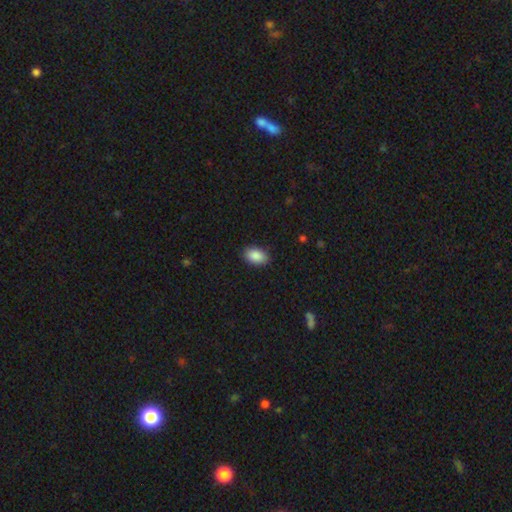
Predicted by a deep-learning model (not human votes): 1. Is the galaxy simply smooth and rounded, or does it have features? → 89% smooth, 7% star or artifact, 4% featured or disk.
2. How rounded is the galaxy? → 91% in between, 7% round, 2% cigar-shaped.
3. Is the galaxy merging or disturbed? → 88% none, 9% minor disturbance, 2% major disturbance, 1% merger.